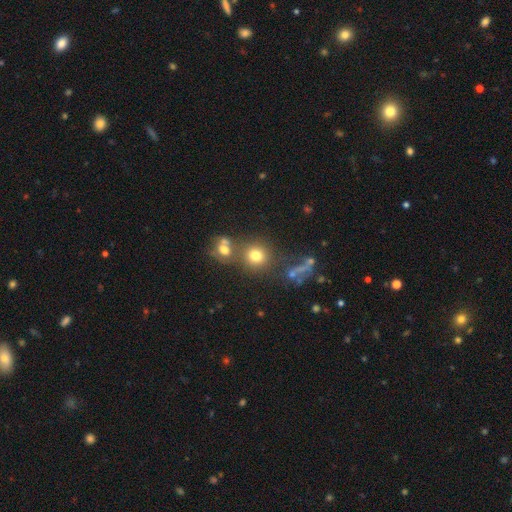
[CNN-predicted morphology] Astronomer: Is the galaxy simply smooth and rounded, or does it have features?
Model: smooth — 73%.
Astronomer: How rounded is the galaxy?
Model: round — 88%.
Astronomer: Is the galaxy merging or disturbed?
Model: none — 63%.